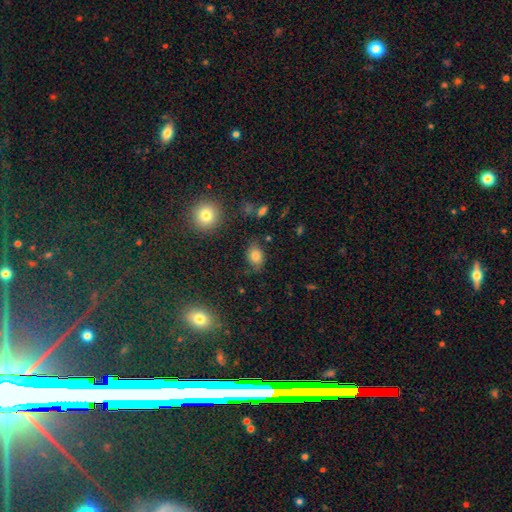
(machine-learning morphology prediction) A smooth galaxy with no disk features (76%) that is in between round and cigar-shaped (69%). Merging: none (74%).